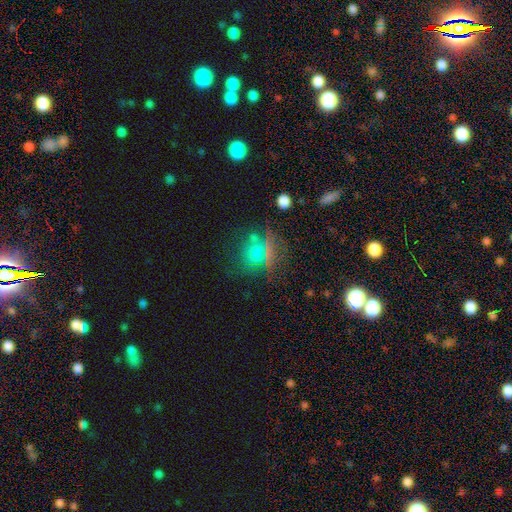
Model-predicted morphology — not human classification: star or artifact 45%, smooth 32%, featured or disk 23%.